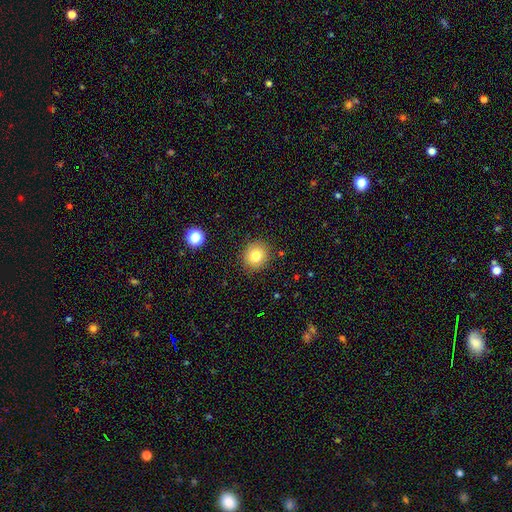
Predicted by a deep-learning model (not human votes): Smooth or featured: smooth — 79% (star or artifact — 12%)
How rounded: round — 87% (in between — 13%)
Merging: none — 88% (minor disturbance — 8%)